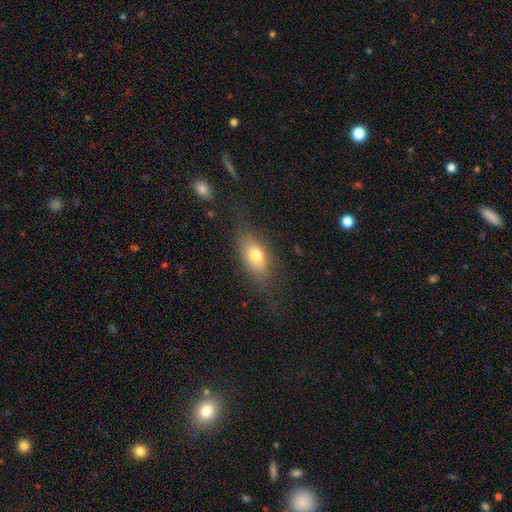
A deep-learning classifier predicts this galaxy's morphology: type=smooth (67%); roundness=in between (75%); merging=none (68%).